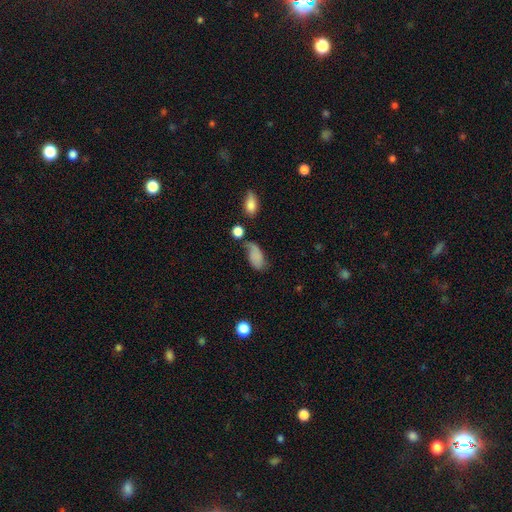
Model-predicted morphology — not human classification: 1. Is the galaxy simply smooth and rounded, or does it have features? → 72% smooth, 18% featured or disk, 10% star or artifact.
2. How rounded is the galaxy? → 91% in between, 5% round, 4% cigar-shaped.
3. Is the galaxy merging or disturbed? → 36% none, 32% minor disturbance, 21% major disturbance, 10% merger.